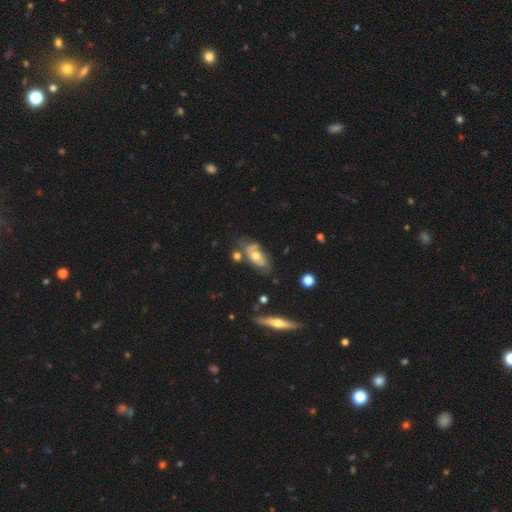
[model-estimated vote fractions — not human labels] Overall: featured or disk (54%; smooth 39%). Edge-on disk: no (78%). Merging: none (56%; minor disturbance 23%).